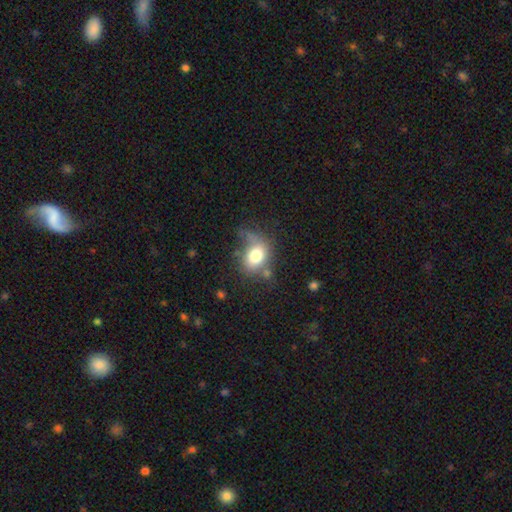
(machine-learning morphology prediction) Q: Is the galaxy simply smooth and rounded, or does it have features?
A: smooth — 73%.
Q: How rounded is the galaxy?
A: in between — 67%.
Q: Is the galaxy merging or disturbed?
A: none — 45%.